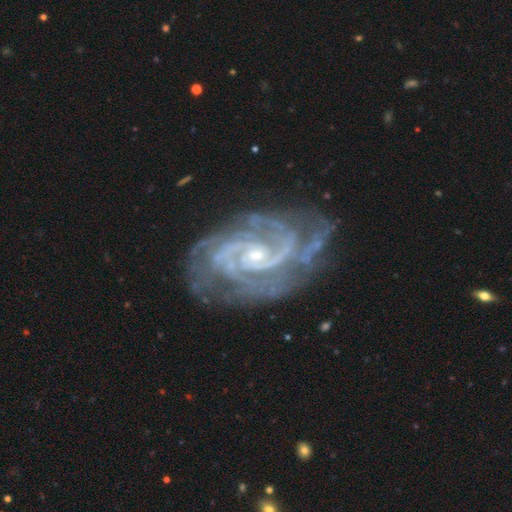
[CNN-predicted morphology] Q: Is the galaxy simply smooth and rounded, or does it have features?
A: featured or disk — 92%.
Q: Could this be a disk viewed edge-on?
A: no — 97%.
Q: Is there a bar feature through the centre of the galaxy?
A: no — 54%.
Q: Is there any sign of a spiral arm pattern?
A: yes — 98%.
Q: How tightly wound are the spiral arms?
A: tight — 57%.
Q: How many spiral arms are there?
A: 2 — 42%.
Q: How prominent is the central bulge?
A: small — 75%.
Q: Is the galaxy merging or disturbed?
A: none — 70%.